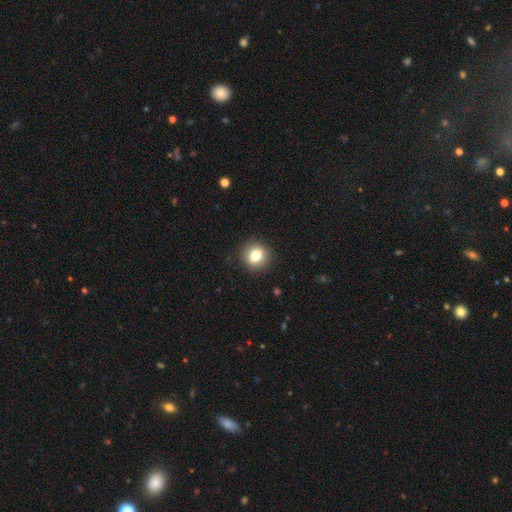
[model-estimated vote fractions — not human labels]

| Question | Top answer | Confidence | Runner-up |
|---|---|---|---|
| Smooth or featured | smooth | 81% | star or artifact (10%) |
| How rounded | round | 83% | in between (16%) |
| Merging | none | 90% | minor disturbance (7%) |